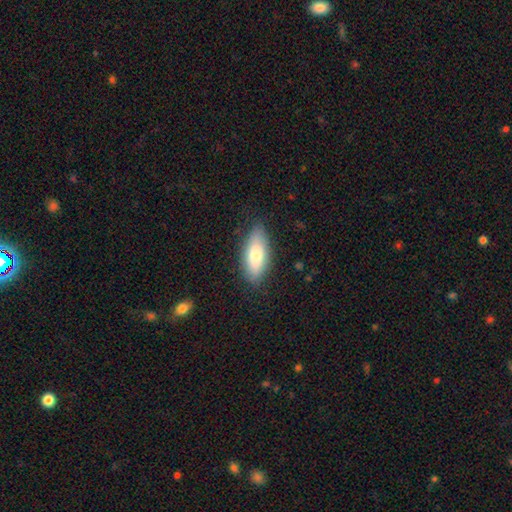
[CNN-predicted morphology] Smooth or featured?
  - smooth: 79% *
  - featured or disk: 15%
  - star or artifact: 6%
How rounded?
  - in between: 78% *
  - cigar-shaped: 19%
  - round: 2%
Merging?
  - none: 82% *
  - minor disturbance: 14%
  - major disturbance: 3%
  - merger: 1%